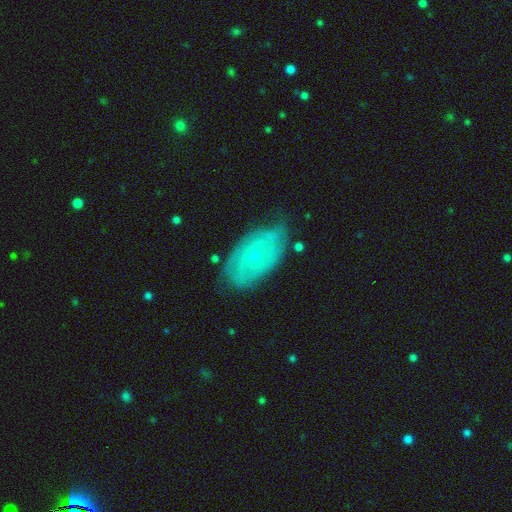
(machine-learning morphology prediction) Overall: featured or disk (65%; smooth 28%). Edge-on disk: no (94%). Bar: no (84%). Spiral arms: yes (67%; no 33%). Bulge size: small (81%). Merging: none (67%).